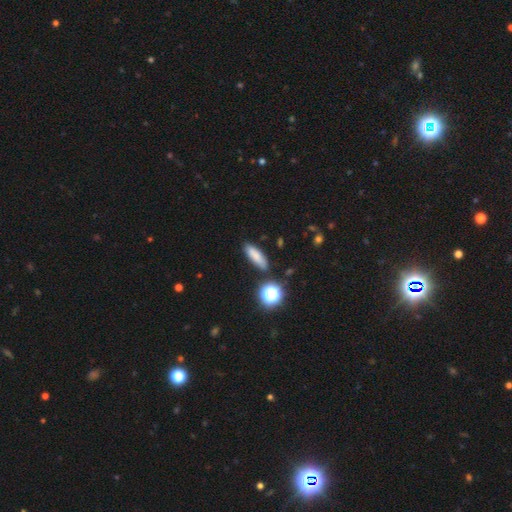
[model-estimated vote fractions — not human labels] Smooth or featured: smooth — 77% (star or artifact — 12%)
How rounded: cigar-shaped — 50% (in between — 44%)
Merging: none — 84% (minor disturbance — 10%)